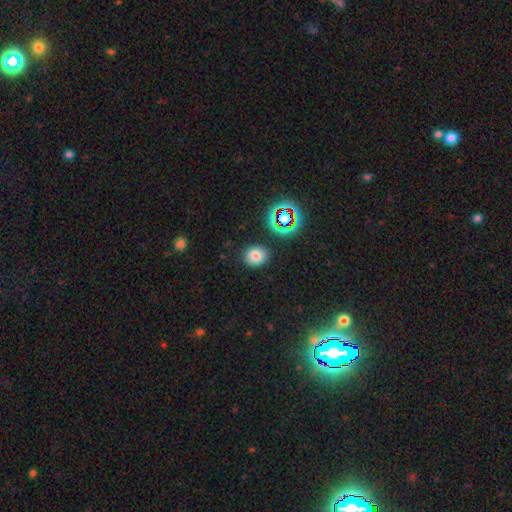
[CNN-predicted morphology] A smooth galaxy with no disk features (74%) that is round (56%). Merging: none (86%).